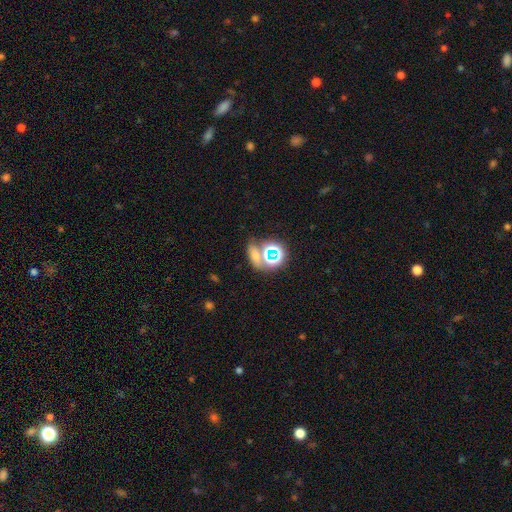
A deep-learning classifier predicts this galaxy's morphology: Overall: smooth (48%; star or artifact 39%). Merging: none (59%; merger 24%).